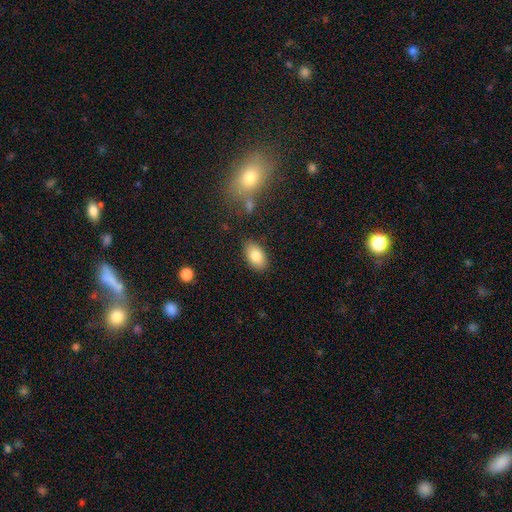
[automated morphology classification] A smooth galaxy with no disk features (81%) that is in between round and cigar-shaped (92%).

Vote fractions:
- Smooth or featured? smooth: 81% / featured or disk: 11% / star or artifact: 8%
- How rounded? in between: 92% / round: 7% / cigar-shaped: 2%
- Merging? none: 85% / minor disturbance: 10% / major disturbance: 3% / merger: 2%